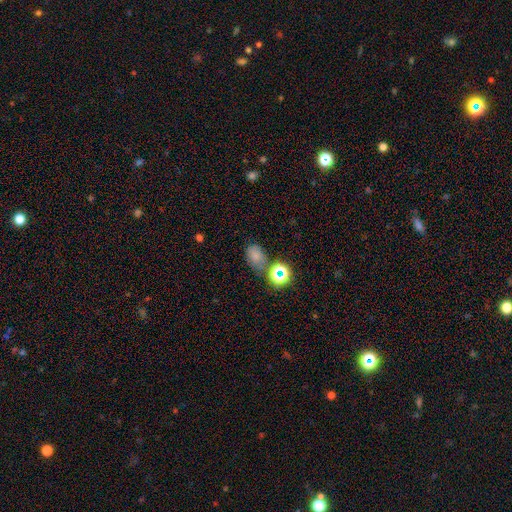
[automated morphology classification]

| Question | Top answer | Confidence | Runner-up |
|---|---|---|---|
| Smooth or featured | smooth | 68% | star or artifact (23%) |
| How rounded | in between | 68% | round (31%) |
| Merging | none | 62% | minor disturbance (18%) |